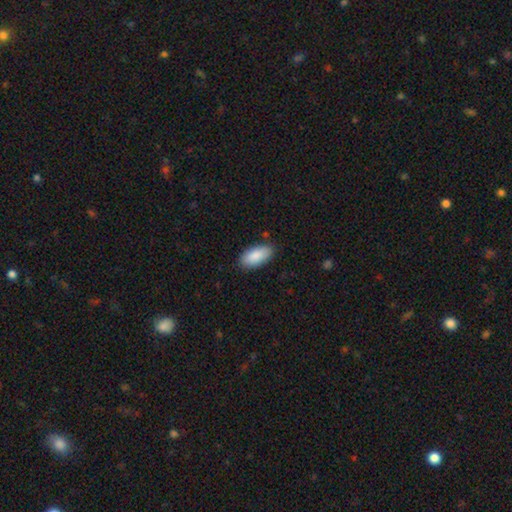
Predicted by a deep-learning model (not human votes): Smooth or featured? Predicted: smooth (p=0.89). How rounded? Predicted: in between (p=0.92). Merging? Predicted: none (p=0.85).